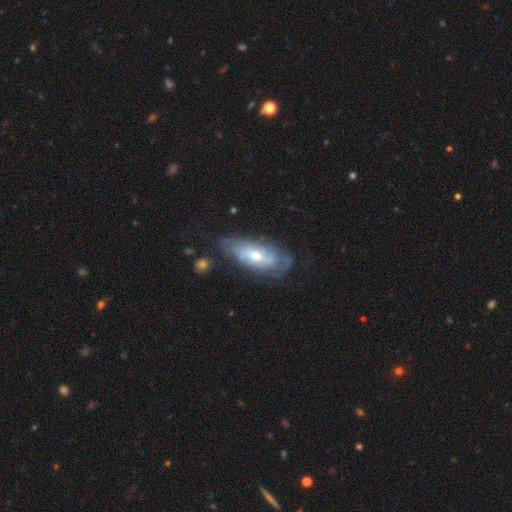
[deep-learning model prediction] A featured or disk galaxy (64%) with no bar (72%), spiral arms (71%) and a moderate central bulge (53%). Merging: none (59%).